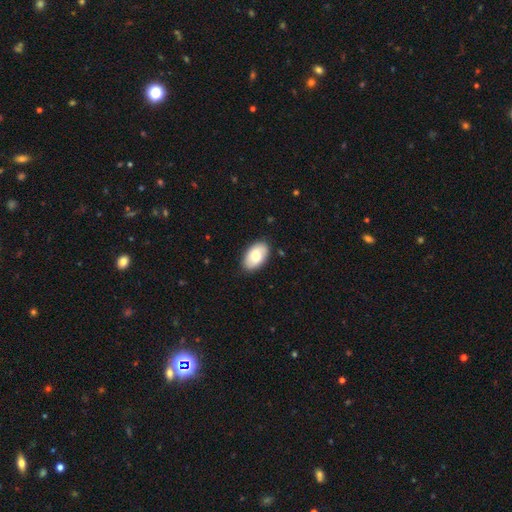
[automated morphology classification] This appears to be a smooth galaxy with no disk features (76%) that is in between round and cigar-shaped (94%). Merging: none (86%).